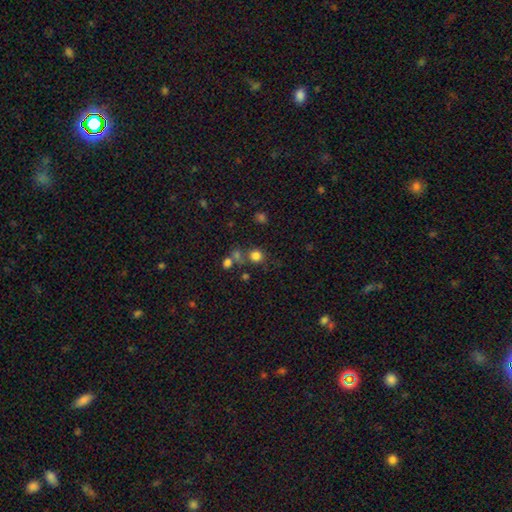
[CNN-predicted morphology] smooth_or_featured: smooth (p=0.77) [alt: star or artifact p=0.17]
how_rounded: round (p=0.89) [alt: in between p=0.10]
merging: none (p=0.67) [alt: merger p=0.19]